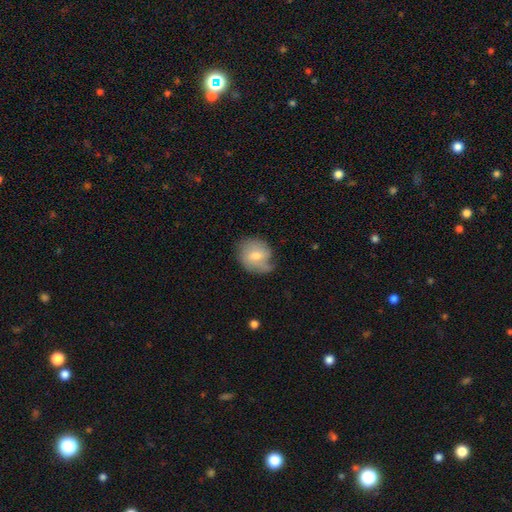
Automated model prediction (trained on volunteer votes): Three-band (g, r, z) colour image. It shows a smooth galaxy with no disk features (48%). Merging: none (55%).